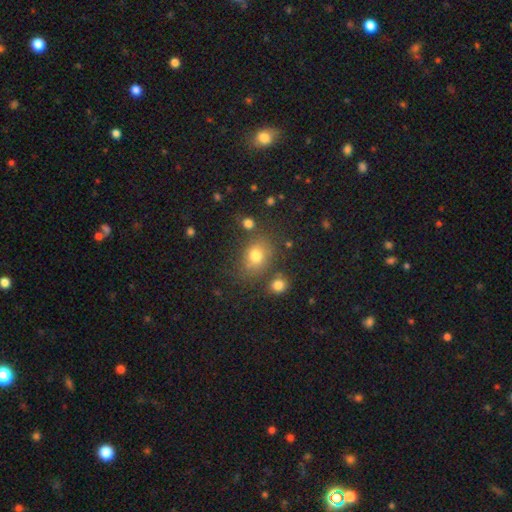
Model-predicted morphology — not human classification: This appears to be a smooth galaxy with no disk features (76%) that is in between round and cigar-shaped (57%). Merging: none (72%).